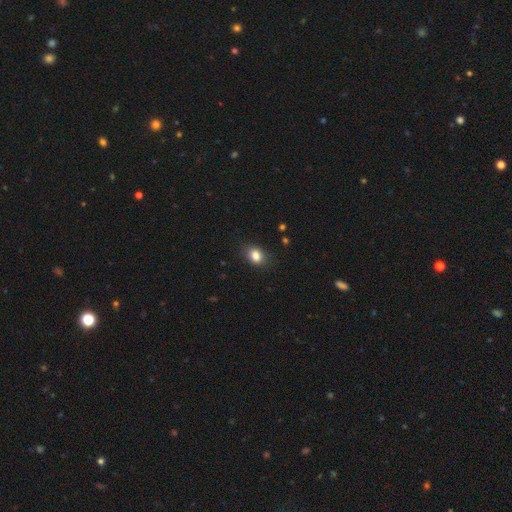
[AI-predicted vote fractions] smooth-or-featured: smooth: 84% | star or artifact: 10% | featured or disk: 6%
  how-rounded: in between: 64% | round: 35% | cigar-shaped: 1%
  merging: none: 83% | minor disturbance: 13% | major disturbance: 3% | merger: 1%